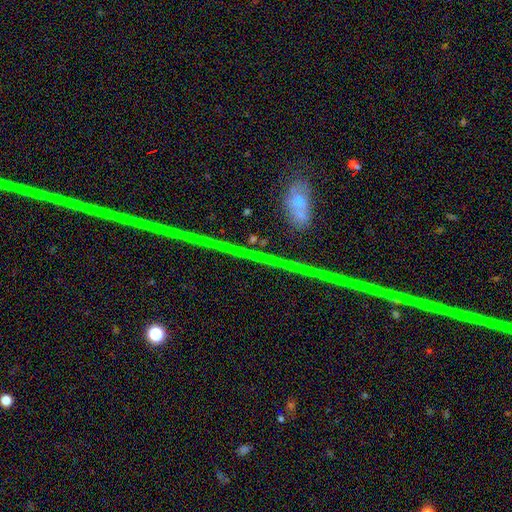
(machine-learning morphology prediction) smooth_or_featured: star or artifact (p=0.68) [alt: featured or disk p=0.18]